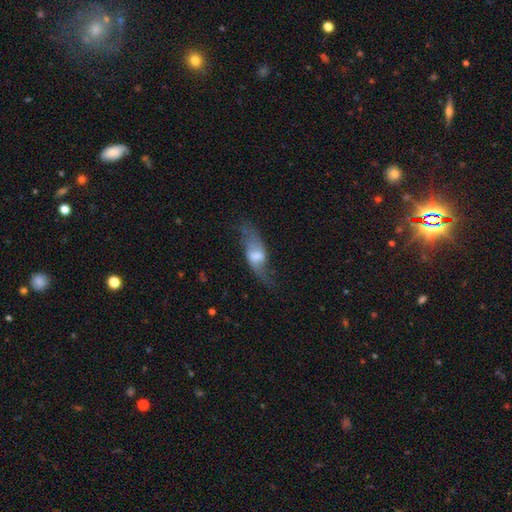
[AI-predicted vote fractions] Smooth or featured?
  - featured or disk: 64% *
  - smooth: 28%
  - star or artifact: 8%
Edge-on disk?
  - no: 76% *
  - yes: 24%
Merging?
  - none: 60% *
  - minor disturbance: 22%
  - major disturbance: 16%
  - merger: 2%